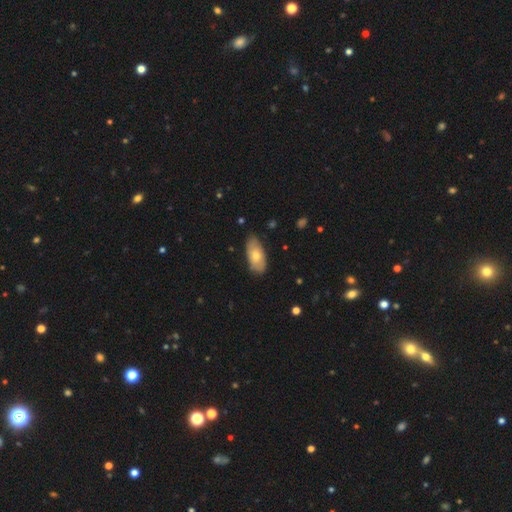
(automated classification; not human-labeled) smooth-or-featured: smooth: 62% | featured or disk: 31% | star or artifact: 7%
  how-rounded: in between: 90% | cigar-shaped: 7% | round: 3%
  merging: none: 80% | minor disturbance: 16% | major disturbance: 2% | merger: 1%